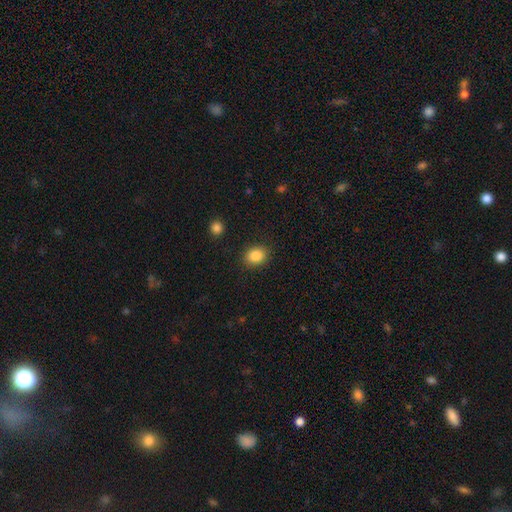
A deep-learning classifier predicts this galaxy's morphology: Q: Smooth or featured?
A: smooth (86%); runner-up: star or artifact (9%)
Q: How rounded?
A: round (58%); runner-up: in between (41%)
Q: Merging?
A: none (88%); runner-up: minor disturbance (8%)